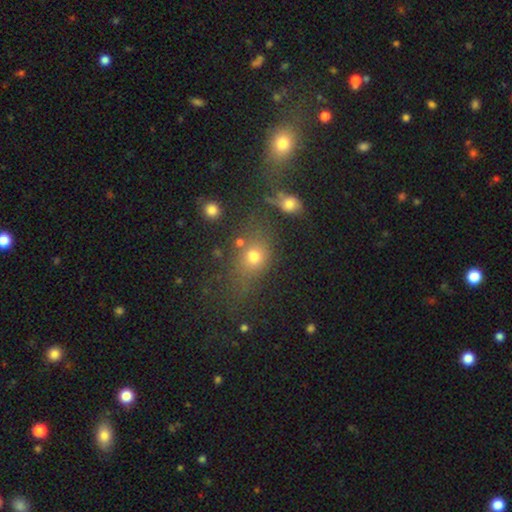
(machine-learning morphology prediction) smooth-or-featured: smooth: 67% | star or artifact: 20% | featured or disk: 14%
  how-rounded: in between: 49% | round: 47% | cigar-shaped: 4%
  merging: none: 57% | minor disturbance: 16% | merger: 15% | major disturbance: 12%